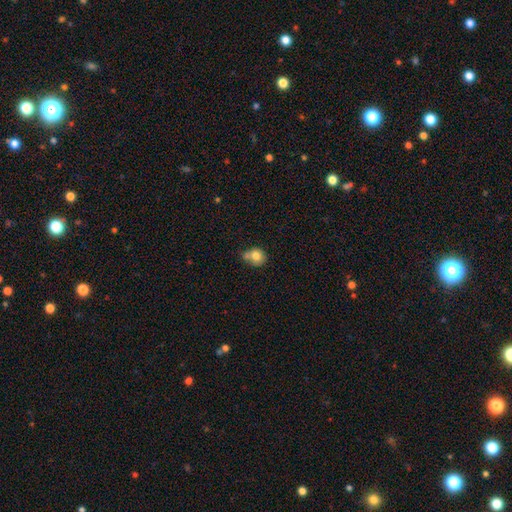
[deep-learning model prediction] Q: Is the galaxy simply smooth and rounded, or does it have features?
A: smooth — 78%.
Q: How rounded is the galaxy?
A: round — 72%.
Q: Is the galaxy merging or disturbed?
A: none — 46%.